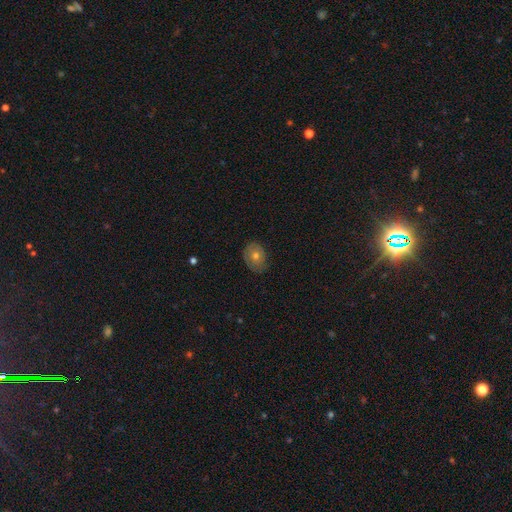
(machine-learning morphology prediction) Smooth or featured? smooth (48%)
Merging? none (78%)